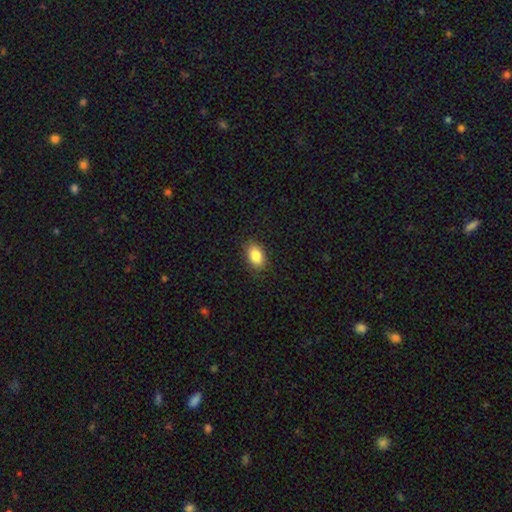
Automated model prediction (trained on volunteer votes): Smooth or featured? Predicted: smooth (p=0.85). How rounded? Predicted: in between (p=0.88). Merging? Predicted: none (p=0.87).